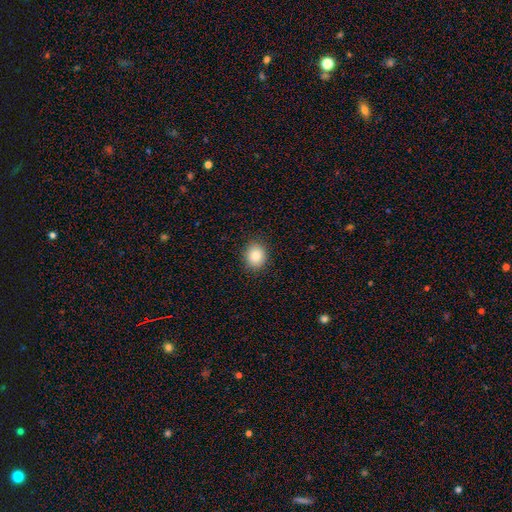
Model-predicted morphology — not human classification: smooth_or_featured: smooth (p=0.86) [alt: star or artifact p=0.09]
how_rounded: round (p=0.67) [alt: in between p=0.32]
merging: none (p=0.90) [alt: minor disturbance p=0.07]